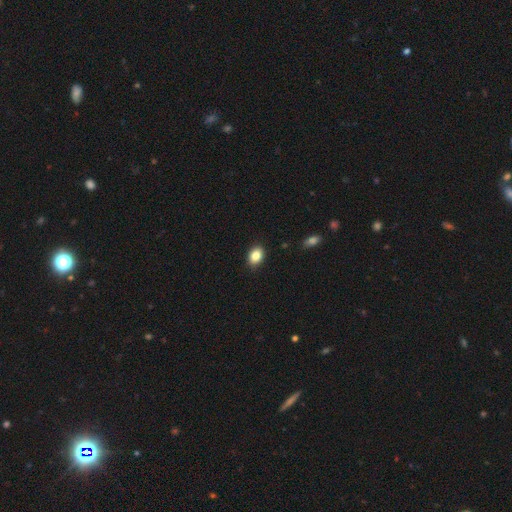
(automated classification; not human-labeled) Morphology: type=smooth (85%); roundness=in between (76%); merging=none (89%).